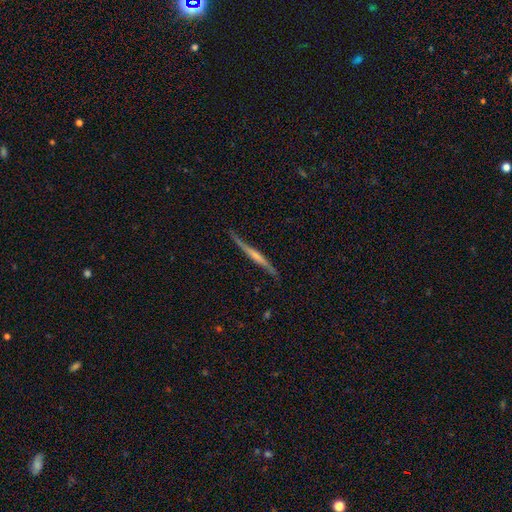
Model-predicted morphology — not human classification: This is likely a featured or disk galaxy (68%). It is clearly viewed edge-on (90%). Edge-on bulge: possibly none (55%). Merging: likely none (72%).